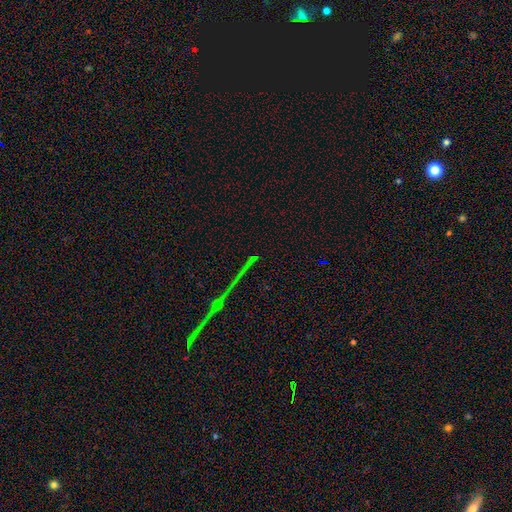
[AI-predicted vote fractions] Smooth or featured: star or artifact — 72% (featured or disk — 17%)